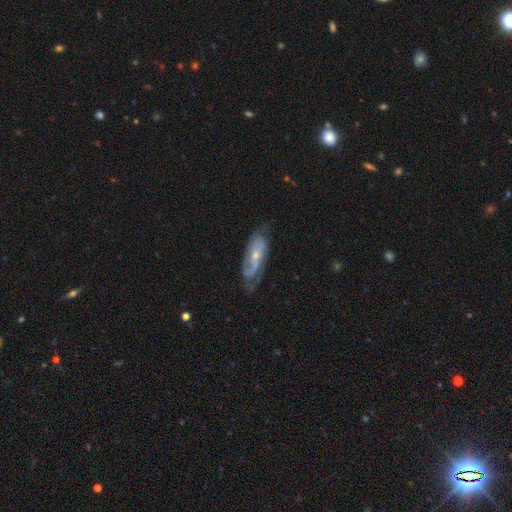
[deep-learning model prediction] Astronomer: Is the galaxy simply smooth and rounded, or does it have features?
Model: featured or disk — 79%.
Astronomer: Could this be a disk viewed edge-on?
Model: no — 89%.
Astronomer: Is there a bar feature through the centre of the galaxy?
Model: no — 56% (runner-up: weak, 32%).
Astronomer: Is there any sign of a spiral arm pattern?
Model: yes — 92%.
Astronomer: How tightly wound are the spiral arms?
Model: medium — 42% (runner-up: tight, 37%).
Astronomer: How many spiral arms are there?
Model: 2 — 61%.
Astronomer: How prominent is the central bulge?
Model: small — 61%.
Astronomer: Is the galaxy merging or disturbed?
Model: none — 65%.